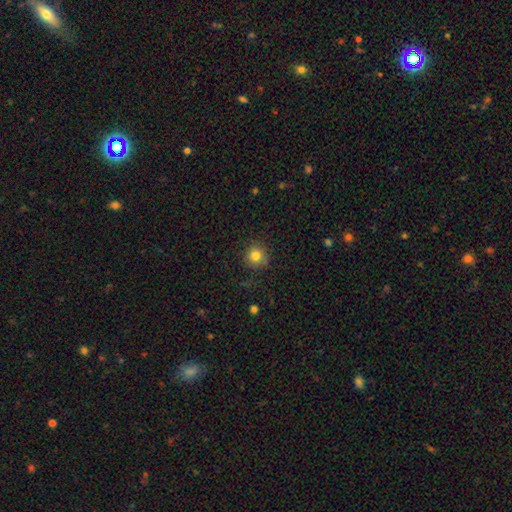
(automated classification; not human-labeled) The model was most divided on "smooth or featured": smooth: 81%, star or artifact: 12%, featured or disk: 7%. More confident: how rounded — round (93%); merging — none (85%).